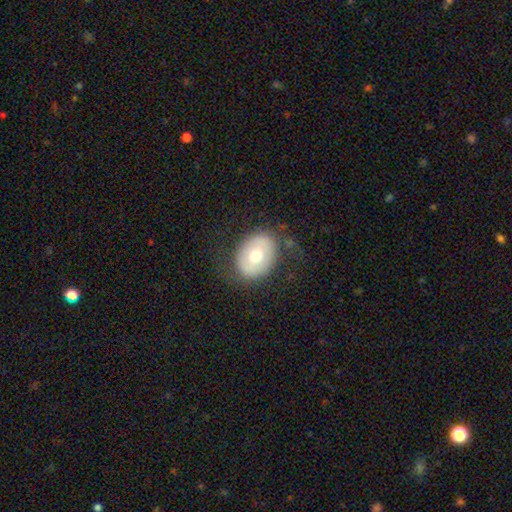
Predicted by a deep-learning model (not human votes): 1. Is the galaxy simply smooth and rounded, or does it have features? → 60% smooth, 32% featured or disk, 7% star or artifact.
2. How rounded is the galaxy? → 62% in between, 37% round, 1% cigar-shaped.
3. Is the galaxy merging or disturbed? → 75% none, 16% minor disturbance, 8% major disturbance, 1% merger.